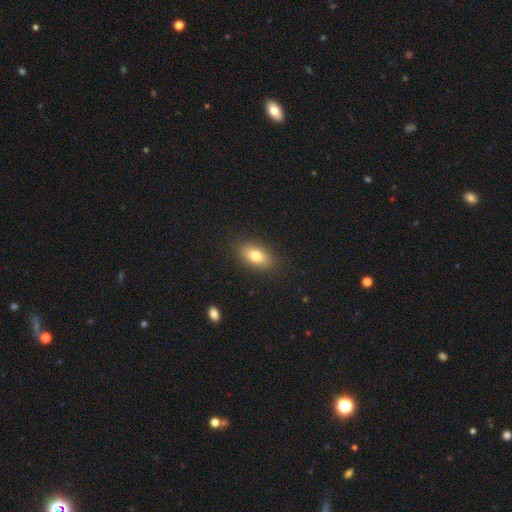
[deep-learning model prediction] Overall: smooth (79%). How rounded: in between (88%). Merging: none (87%).